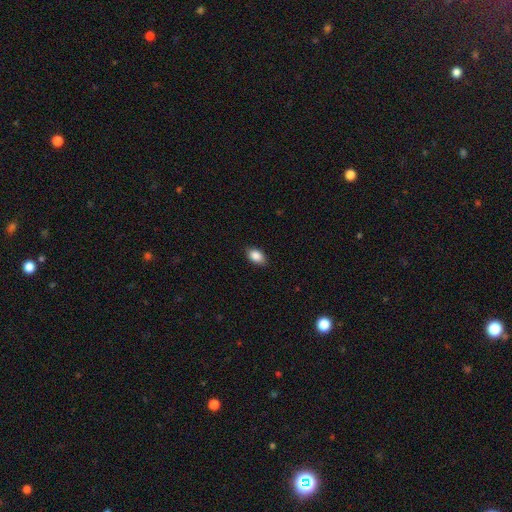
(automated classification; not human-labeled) smooth 88%, star or artifact 8%, featured or disk 4%. Down the decision tree: how rounded — in between (87%); merging — none (85%).